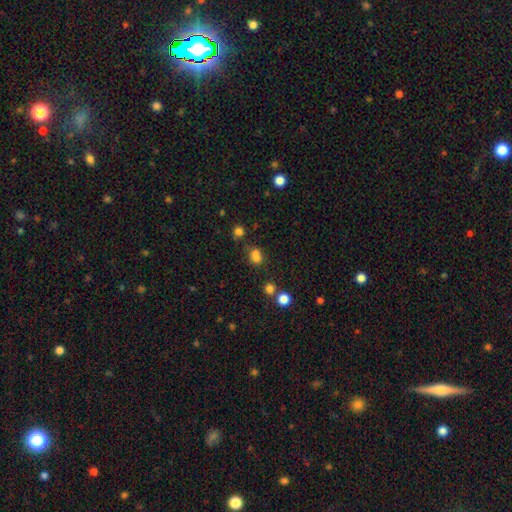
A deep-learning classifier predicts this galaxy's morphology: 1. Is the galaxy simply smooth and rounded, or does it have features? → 70% smooth, 21% star or artifact, 9% featured or disk.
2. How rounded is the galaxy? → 54% round, 44% in between, 1% cigar-shaped.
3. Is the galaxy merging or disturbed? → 49% none, 30% merger, 14% minor disturbance, 7% major disturbance.